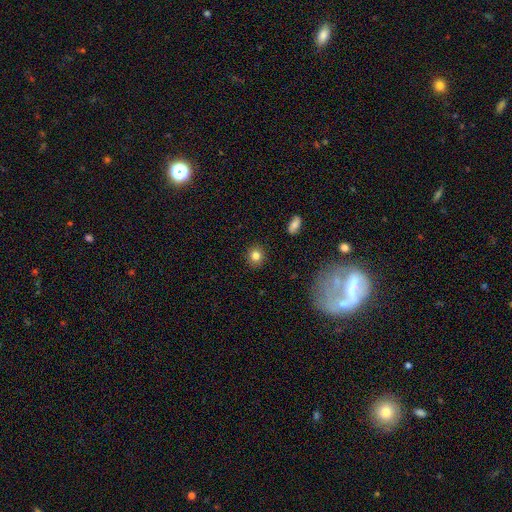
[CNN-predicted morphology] A smooth galaxy with no disk features (82%) that is round (86%).

Vote fractions:
- Smooth or featured? smooth: 82% / star or artifact: 11% / featured or disk: 7%
- How rounded? round: 86% / in between: 12% / cigar-shaped: 1%
- Merging? none: 90% / minor disturbance: 6% / major disturbance: 2% / merger: 1%